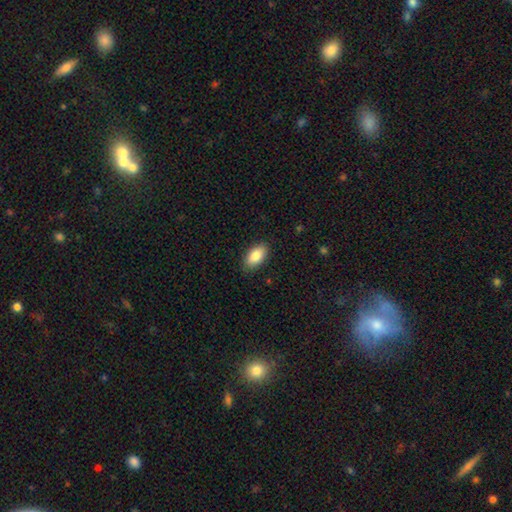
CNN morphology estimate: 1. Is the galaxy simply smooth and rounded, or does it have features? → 85% smooth, 8% featured or disk, 7% star or artifact.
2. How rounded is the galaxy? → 93% in between, 4% cigar-shaped, 3% round.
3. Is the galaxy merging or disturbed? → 87% none, 10% minor disturbance, 2% major disturbance, 1% merger.